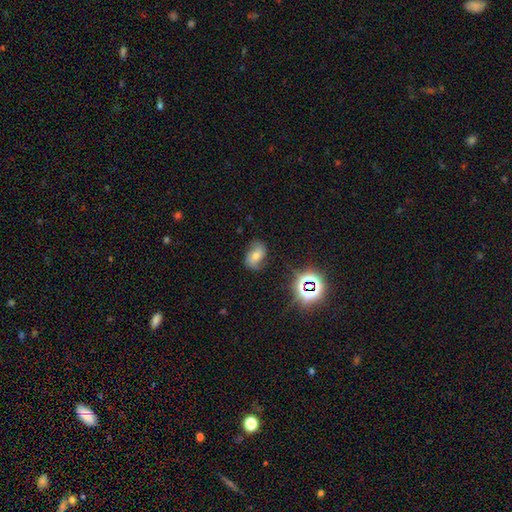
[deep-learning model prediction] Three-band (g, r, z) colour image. It shows a smooth galaxy with no disk features (40%). Merging: none (70%).